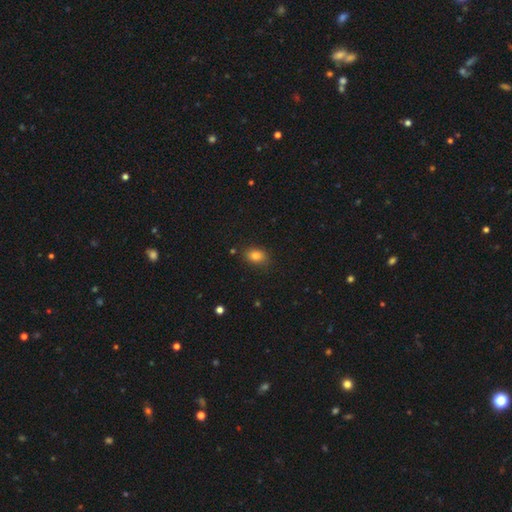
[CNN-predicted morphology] A smooth galaxy with no disk features (81%) that is in between round and cigar-shaped (76%).

Vote fractions:
- Smooth or featured? smooth: 81% / star or artifact: 11% / featured or disk: 8%
- How rounded? in between: 76% / round: 23% / cigar-shaped: 2%
- Merging? none: 83% / minor disturbance: 13% / major disturbance: 3% / merger: 2%